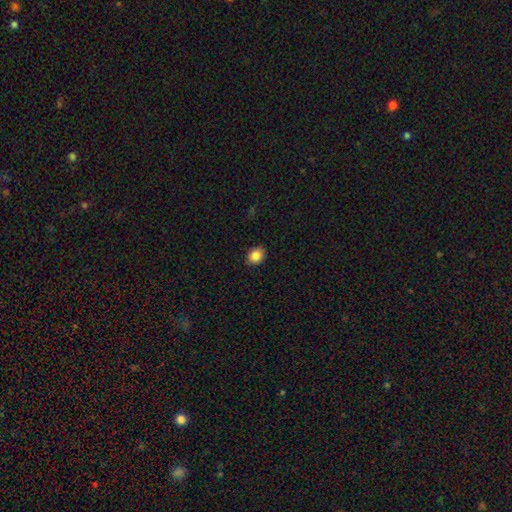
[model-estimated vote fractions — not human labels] Overall: smooth (86%). How rounded: in between (54%; round 45%). Merging: none (90%).